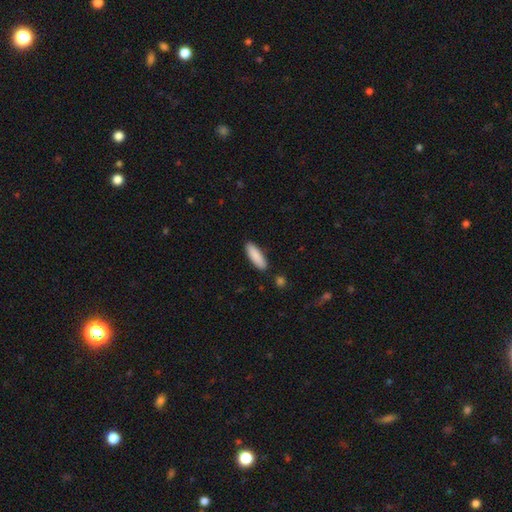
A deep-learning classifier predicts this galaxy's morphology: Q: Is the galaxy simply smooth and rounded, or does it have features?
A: smooth — 89%.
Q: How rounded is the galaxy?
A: cigar-shaped — 52%.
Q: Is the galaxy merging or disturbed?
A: none — 87%.